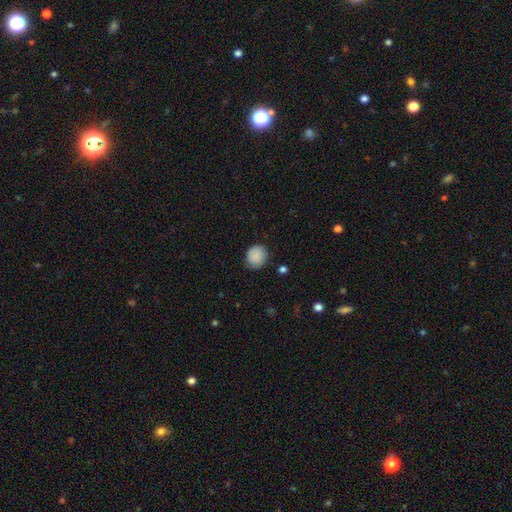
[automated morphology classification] smooth 89%, star or artifact 8%, featured or disk 3%. Down the decision tree: how rounded — round (81%); merging — none (84%).